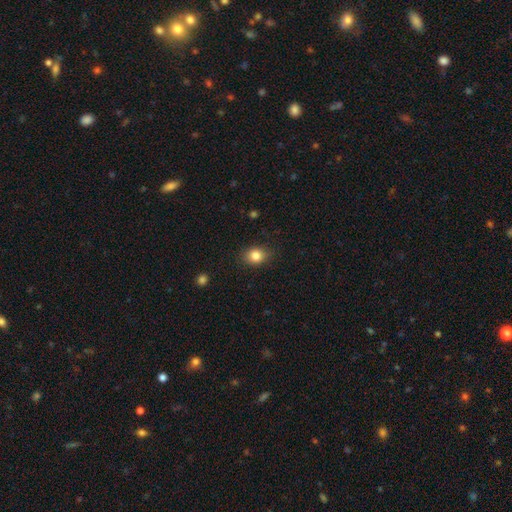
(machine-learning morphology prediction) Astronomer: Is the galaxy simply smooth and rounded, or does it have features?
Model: smooth — 83%.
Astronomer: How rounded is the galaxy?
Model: round — 55% (runner-up: in between, 44%).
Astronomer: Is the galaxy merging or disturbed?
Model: none — 82%.